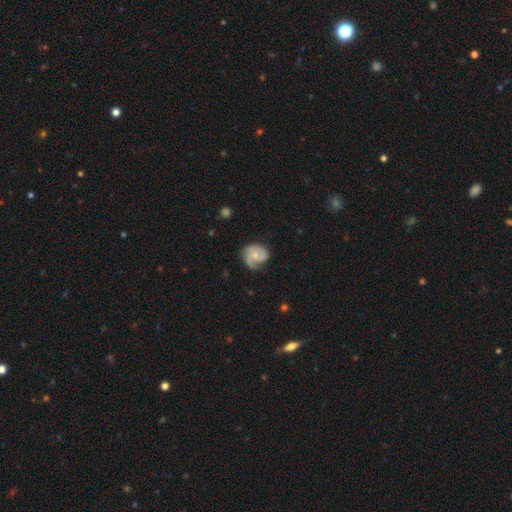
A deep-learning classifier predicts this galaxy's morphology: Q: Smooth or featured?
A: featured or disk (74%); runner-up: smooth (20%)
Q: Edge-on disk?
A: no (98%); runner-up: yes (2%)
Q: Bar?
A: no (70%); runner-up: weak (26%)
Q: Spiral arms?
A: yes (95%); runner-up: no (5%)
Q: Spiral winding?
A: tight (45%); runner-up: medium (41%)
Q: Spiral arm count?
A: 2 (49%); runner-up: 3 (22%)
Q: Bulge size?
A: small (52%); runner-up: moderate (40%)
Q: Merging?
A: none (64%); runner-up: minor disturbance (24%)